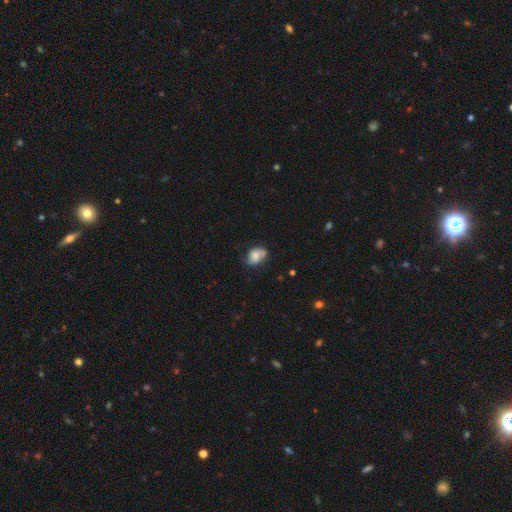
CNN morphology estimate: A smooth galaxy with no disk features (57%) that is in between round and cigar-shaped (74%). Merging: none (54%).